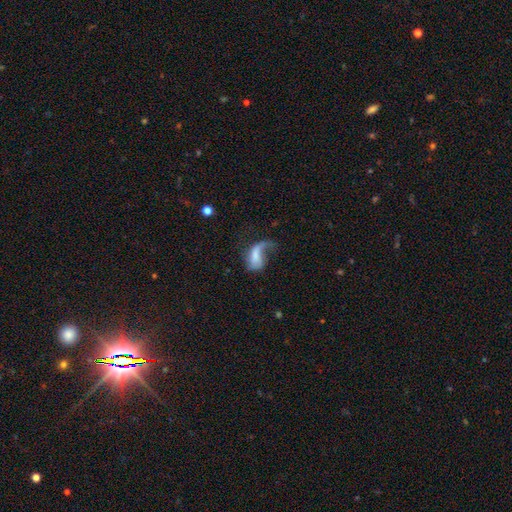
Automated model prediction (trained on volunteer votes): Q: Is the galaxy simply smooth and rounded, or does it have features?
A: smooth — 50%.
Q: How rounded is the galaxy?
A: in between — 84%.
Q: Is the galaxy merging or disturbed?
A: major disturbance — 56%.